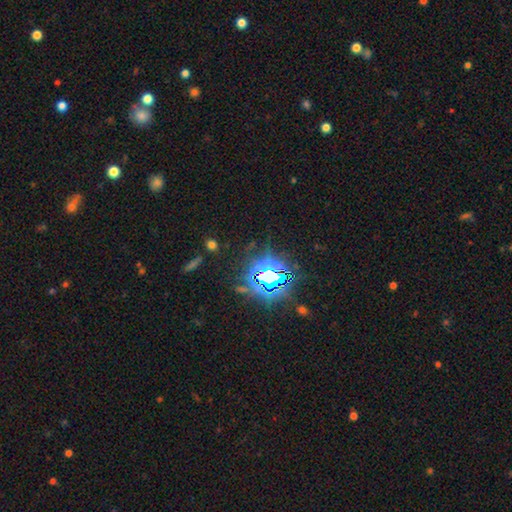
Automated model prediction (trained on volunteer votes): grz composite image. It shows a star or artifact, not a galaxy (84%).